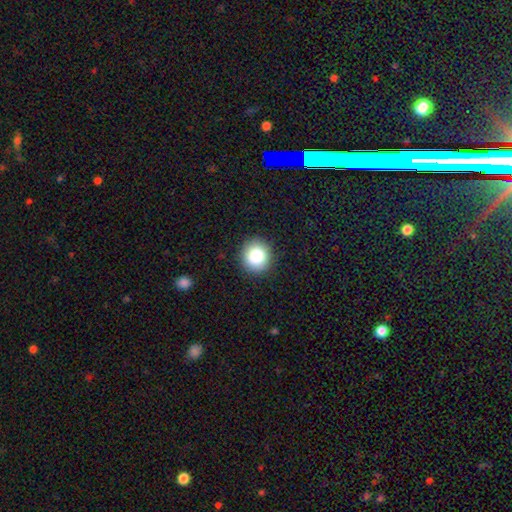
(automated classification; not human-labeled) Overall: smooth (84%). How rounded: round (90%). Merging: none (90%).